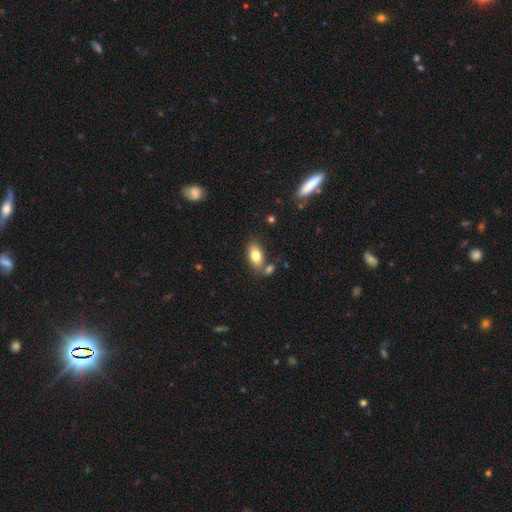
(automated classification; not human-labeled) This appears to be a smooth galaxy with no disk features (79%) that is in between round and cigar-shaped (91%). Merging: none (67%).